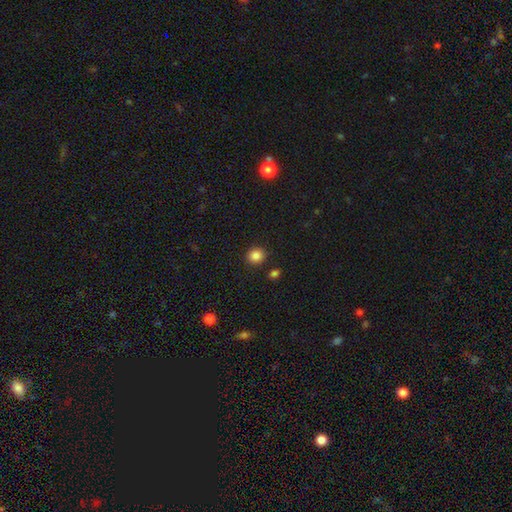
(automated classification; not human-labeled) smooth-or-featured: smooth: 85% | star or artifact: 11% | featured or disk: 4%
  how-rounded: round: 86% | in between: 13% | cigar-shaped: 1%
  merging: none: 88% | minor disturbance: 7% | merger: 3% | major disturbance: 2%